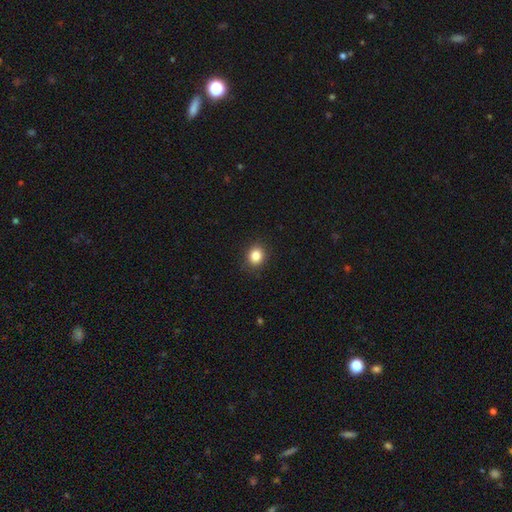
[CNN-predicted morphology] Smooth or featured? Predicted: smooth (p=0.85). How rounded? Predicted: round (p=0.71). Merging? Predicted: none (p=0.90).